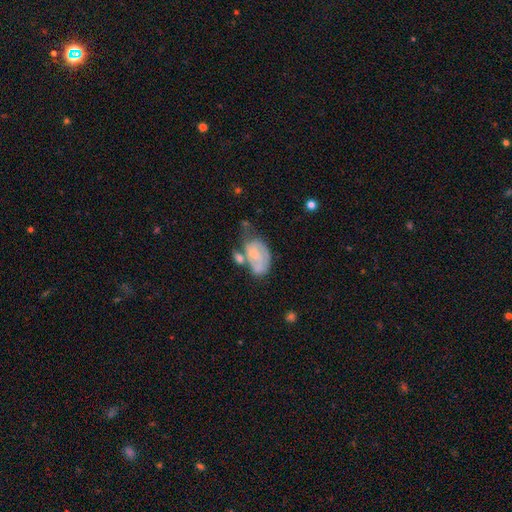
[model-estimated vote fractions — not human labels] Morphology: type=featured or disk (48%); merging=merger (27%).